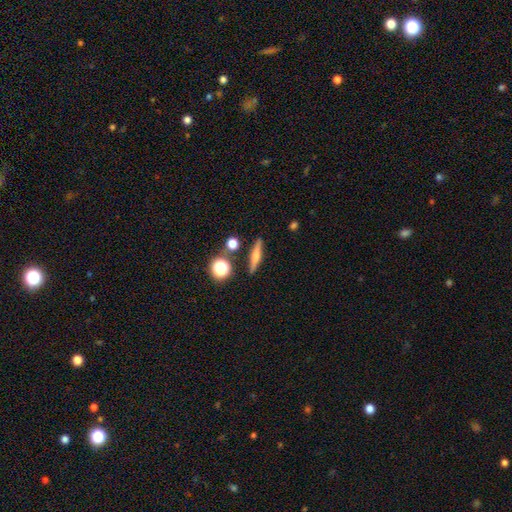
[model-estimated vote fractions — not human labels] Smooth or featured?
  - smooth: 48% *
  - featured or disk: 41%
  - star or artifact: 11%
Merging?
  - none: 85% *
  - minor disturbance: 8%
  - merger: 5%
  - major disturbance: 2%